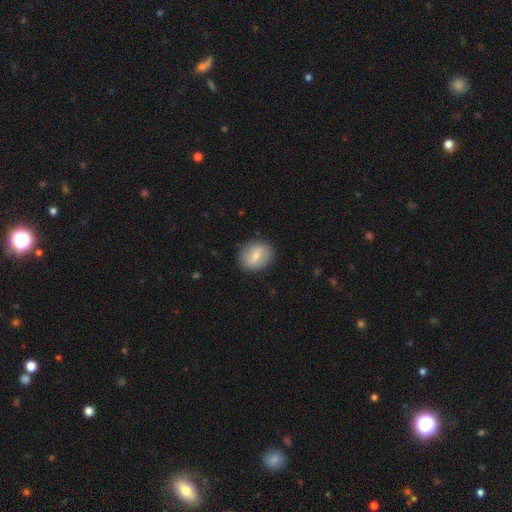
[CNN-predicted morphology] Smooth or featured: smooth — 75% (featured or disk — 18%)
How rounded: in between — 54% (round — 45%)
Merging: none — 86% (minor disturbance — 10%)